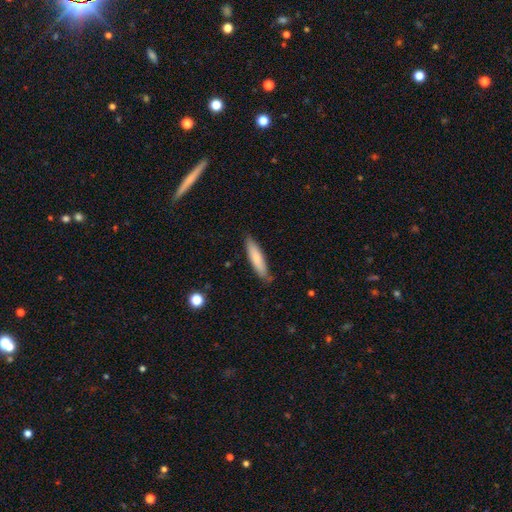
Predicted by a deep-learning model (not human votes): Smooth or featured? smooth (79%)
How rounded? cigar-shaped (76%)
Merging? none (83%)